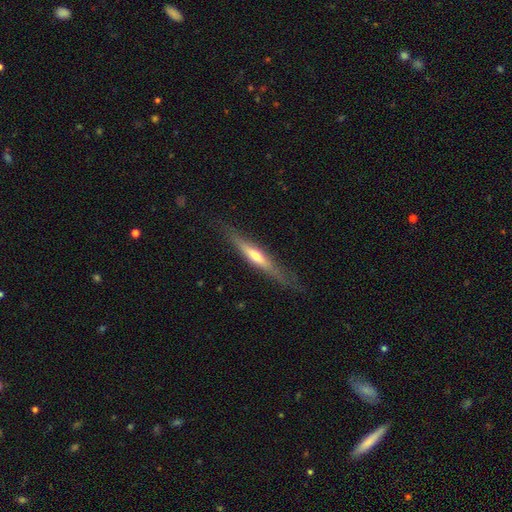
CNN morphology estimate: featured or disk 60%, smooth 35%, star or artifact 6%. Down the decision tree: edge-on disk — yes (92%); edge-on bulge — rounded (71%); merging — none (79%).